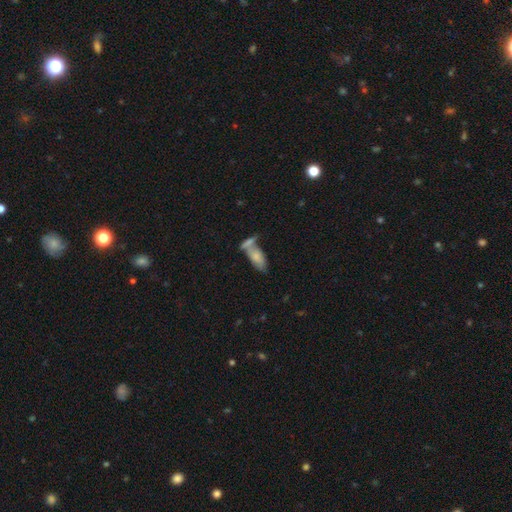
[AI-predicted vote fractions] Overall: smooth (74%). How rounded: in between (84%). Merging: merger (44%; none 36%).